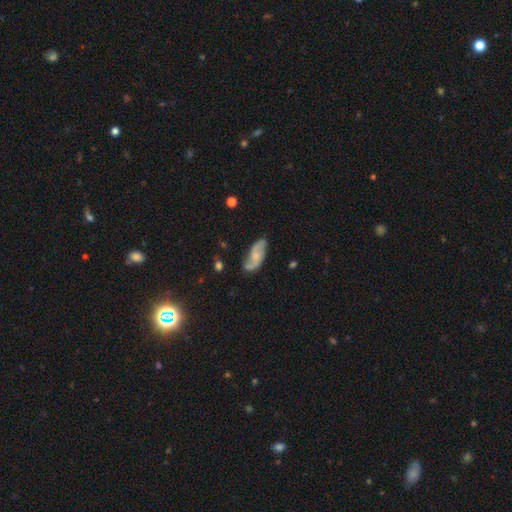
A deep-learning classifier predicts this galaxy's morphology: A featured or disk galaxy (71%) with no bar (57%), 2 (88%) loose (47%) spiral arms (93%) and a small central bulge (44%). Merging: none (72%).